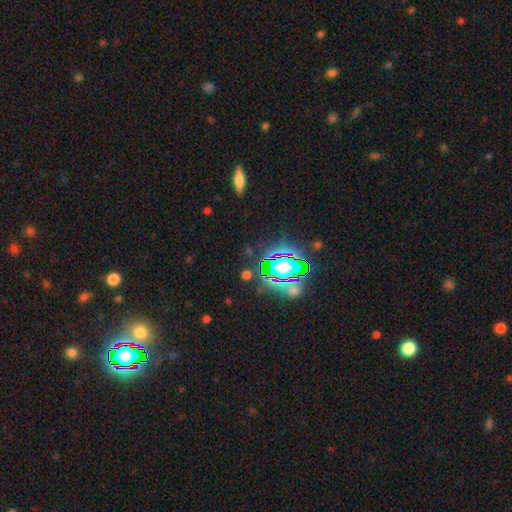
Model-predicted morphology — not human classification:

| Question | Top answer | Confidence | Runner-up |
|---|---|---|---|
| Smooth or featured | star or artifact | 80% | smooth (11%) |